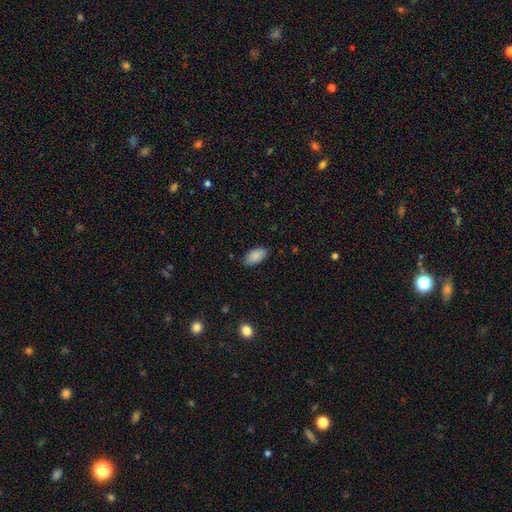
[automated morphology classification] Q: Smooth or featured?
A: smooth (89%); runner-up: star or artifact (7%)
Q: How rounded?
A: in between (94%); runner-up: cigar-shaped (4%)
Q: Merging?
A: none (85%); runner-up: minor disturbance (12%)